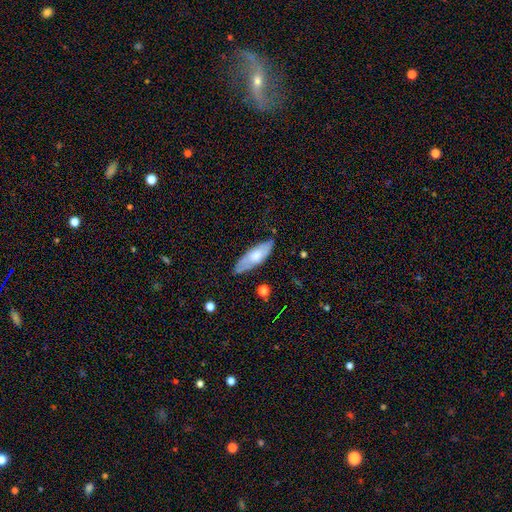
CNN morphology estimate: smooth-or-featured: smooth: 57% | featured or disk: 37% | star or artifact: 6%
  how-rounded: in between: 66% | cigar-shaped: 32% | round: 2%
  merging: none: 74% | minor disturbance: 20% | major disturbance: 4% | merger: 2%